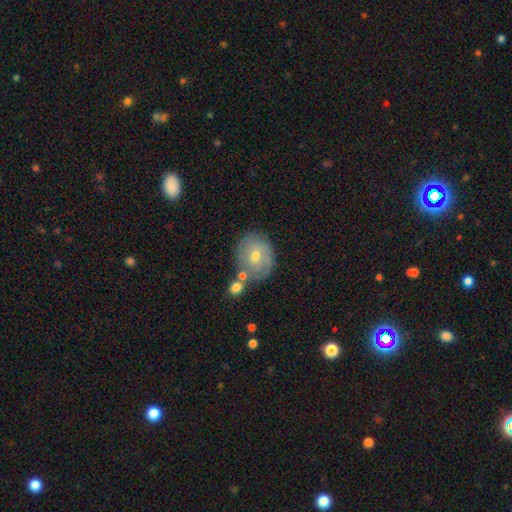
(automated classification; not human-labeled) The model was most divided on "smooth or featured": smooth: 48%, featured or disk: 42%, star or artifact: 10%. More confident: merging — none (64%).